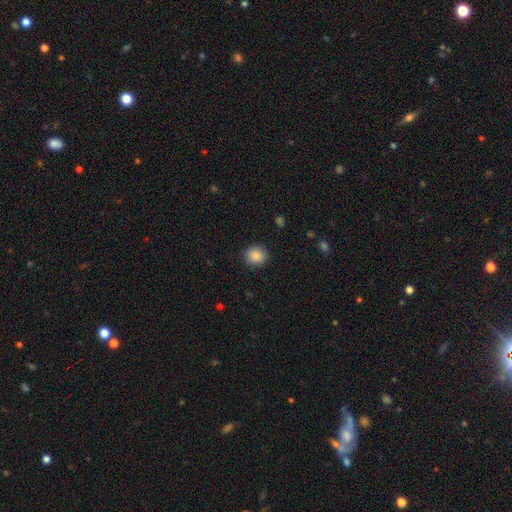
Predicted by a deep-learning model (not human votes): Q: Smooth or featured?
A: smooth (88%); runner-up: star or artifact (9%)
Q: How rounded?
A: round (86%); runner-up: in between (13%)
Q: Merging?
A: none (89%); runner-up: minor disturbance (8%)